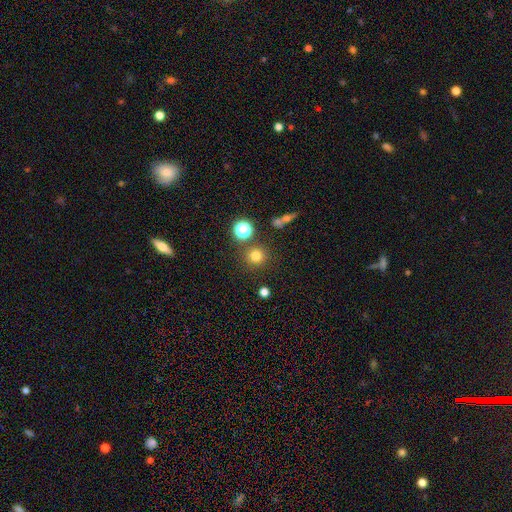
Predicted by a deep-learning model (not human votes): Smooth or featured?
  - smooth: 76% *
  - star or artifact: 17%
  - featured or disk: 7%
How rounded?
  - round: 93% *
  - in between: 6%
  - cigar-shaped: 1%
Merging?
  - none: 83% *
  - minor disturbance: 8%
  - merger: 6%
  - major disturbance: 3%